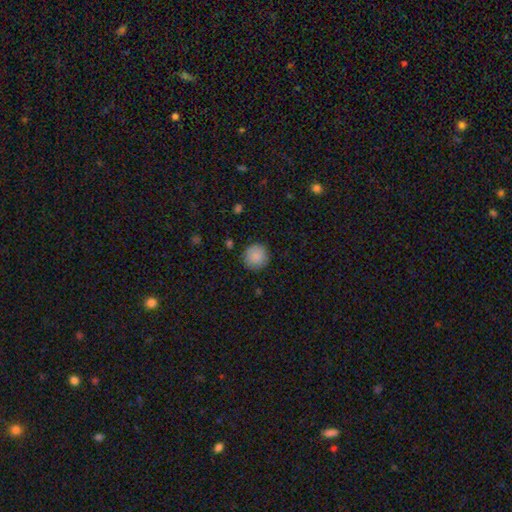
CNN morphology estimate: A smooth galaxy with no disk features (88%) that is round (94%).

Vote fractions:
- Smooth or featured? smooth: 88% / star or artifact: 8% / featured or disk: 5%
- How rounded? round: 94% / in between: 5% / cigar-shaped: 1%
- Merging? none: 88% / minor disturbance: 9% / major disturbance: 2% / merger: 1%